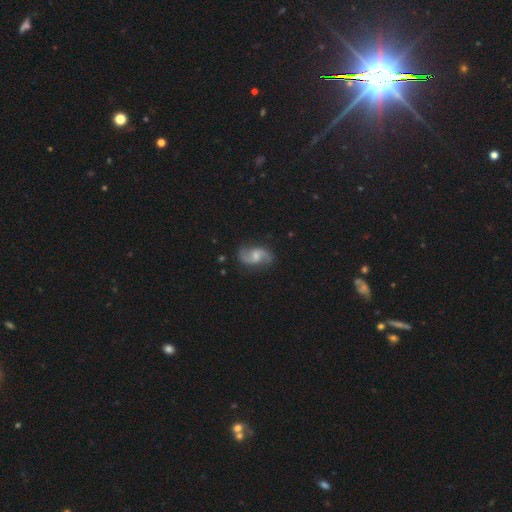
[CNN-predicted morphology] Q: Smooth or featured?
A: featured or disk (85%); runner-up: smooth (10%)
Q: Edge-on disk?
A: no (98%); runner-up: yes (2%)
Q: Bar?
A: weak (51%); runner-up: no (40%)
Q: Spiral arms?
A: yes (96%); runner-up: no (4%)
Q: Spiral winding?
A: loose (60%); runner-up: medium (33%)
Q: Spiral arm count?
A: 2 (93%); runner-up: can't tell (2%)
Q: Bulge size?
A: moderate (45%); runner-up: small (37%)
Q: Merging?
A: none (81%); runner-up: minor disturbance (13%)